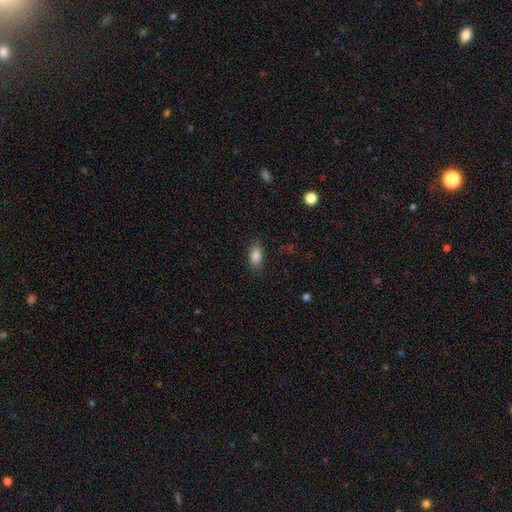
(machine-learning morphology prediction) type=smooth (87%); roundness=in between (90%); merging=none (83%).